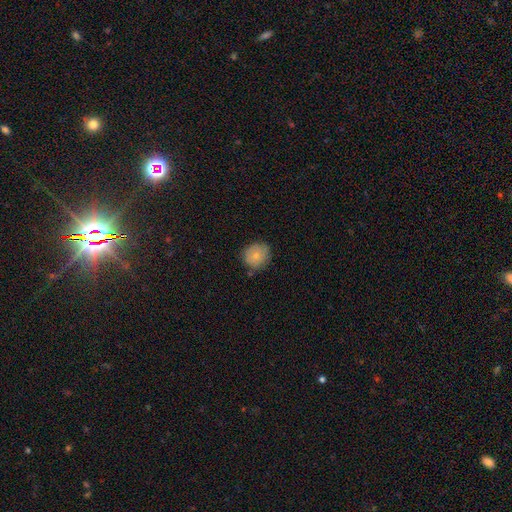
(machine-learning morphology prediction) This appears to be a smooth galaxy with no disk features (75%) that is round (85%). Merging: none (76%).